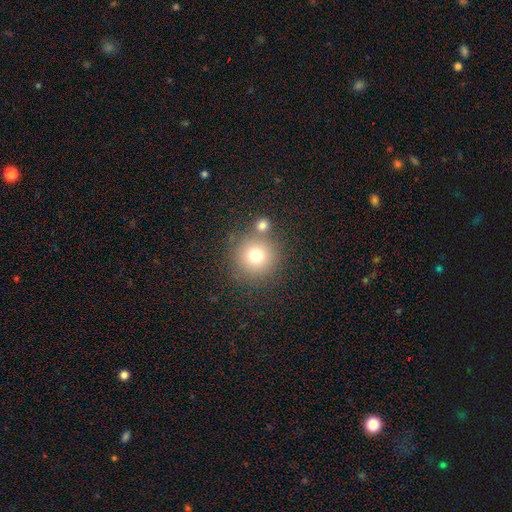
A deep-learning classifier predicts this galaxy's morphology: smooth 75%, star or artifact 14%, featured or disk 11%. Down the decision tree: how rounded — round (94%); merging — none (72%).